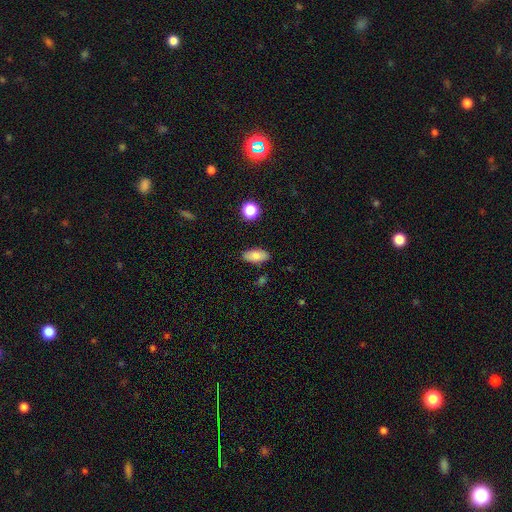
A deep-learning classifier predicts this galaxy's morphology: Smooth or featured: smooth — 83% (featured or disk — 9%)
How rounded: in between — 90% (cigar-shaped — 6%)
Merging: none — 85% (minor disturbance — 11%)